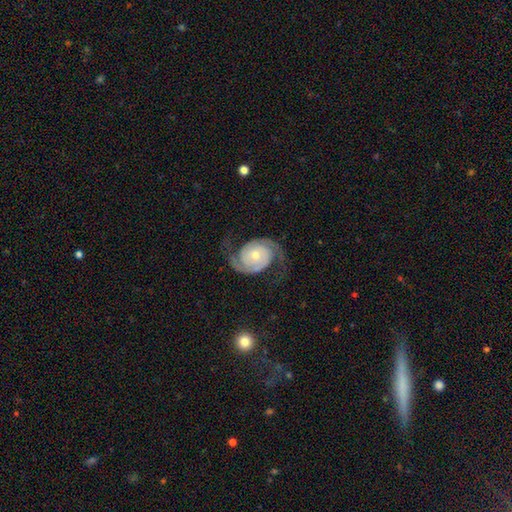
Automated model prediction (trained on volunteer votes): A featured or disk galaxy (91%) with no bar (73%), 2 (94%) medium (48%) spiral arms (98%) and a small central bulge (53%). Merging: none (76%).